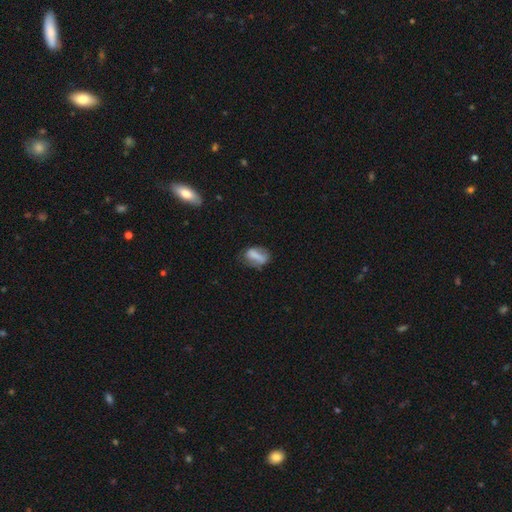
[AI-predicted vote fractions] Smooth or featured? Predicted: smooth (p=0.61). How rounded? Predicted: in between (p=0.72). Merging? Predicted: none (p=0.56).